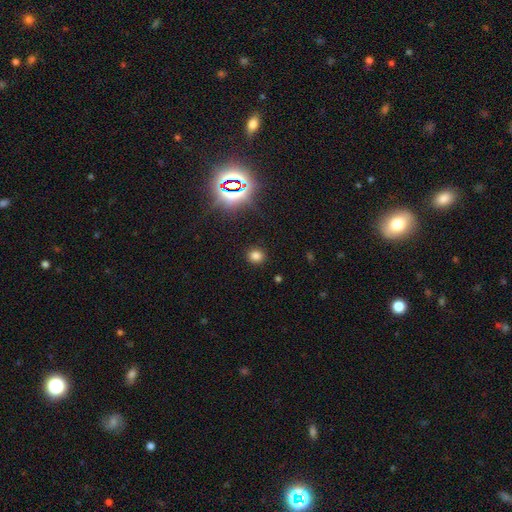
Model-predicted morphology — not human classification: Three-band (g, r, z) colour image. It shows a smooth galaxy with no disk features (75%) that is round (76%). Merging: none (90%).